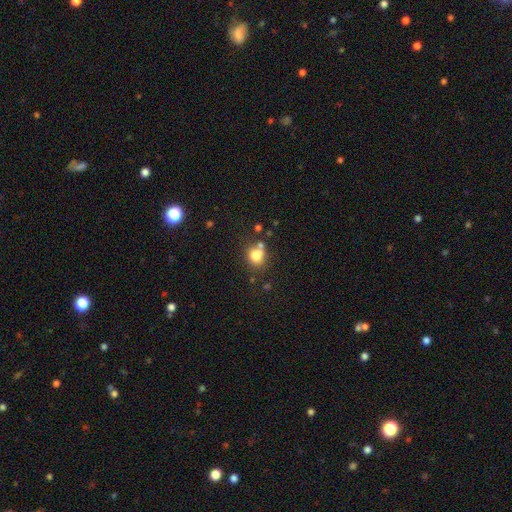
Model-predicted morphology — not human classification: smooth_or_featured: smooth (p=0.77) [alt: star or artifact p=0.13]
how_rounded: round (p=0.69) [alt: in between p=0.30]
merging: none (p=0.55) [alt: merger p=0.23]